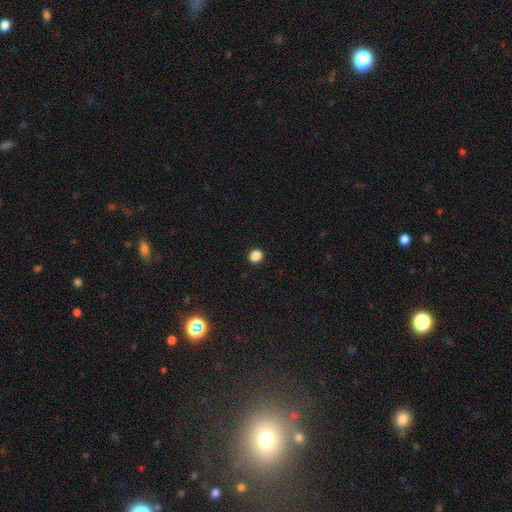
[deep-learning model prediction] Smooth or featured? smooth (86%)
How rounded? round (89%)
Merging? none (93%)